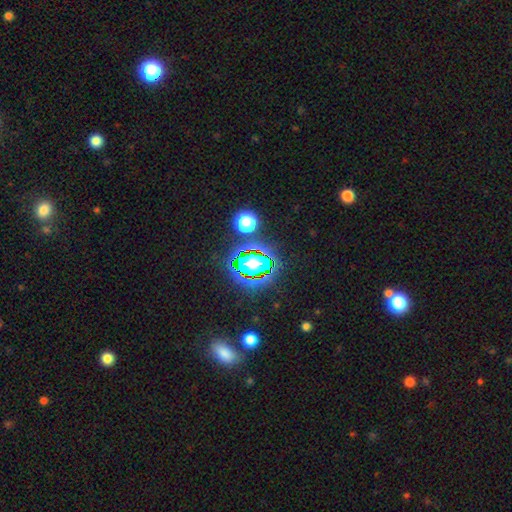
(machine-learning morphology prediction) This appears to be a star or artifact, not a galaxy (76%).